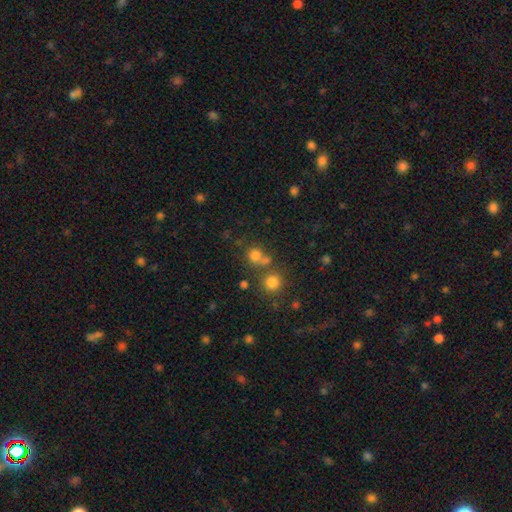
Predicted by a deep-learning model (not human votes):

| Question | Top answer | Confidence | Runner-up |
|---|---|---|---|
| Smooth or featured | smooth | 73% | star or artifact (18%) |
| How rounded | round | 86% | in between (13%) |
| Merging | none | 60% | merger (26%) |